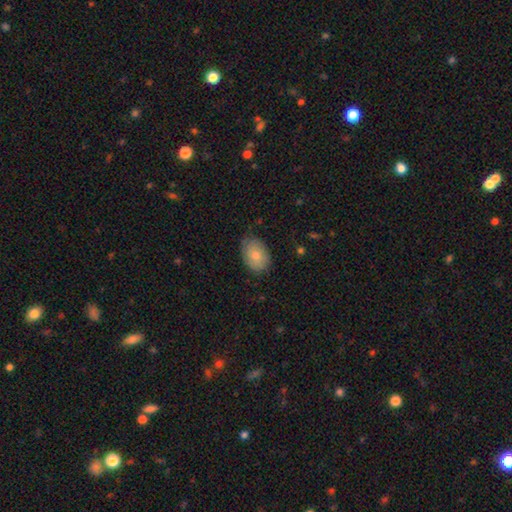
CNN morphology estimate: Smooth or featured?
  - smooth: 81% *
  - featured or disk: 12%
  - star or artifact: 7%
How rounded?
  - in between: 85% *
  - round: 14%
  - cigar-shaped: 1%
Merging?
  - none: 75% *
  - minor disturbance: 20%
  - major disturbance: 3%
  - merger: 1%